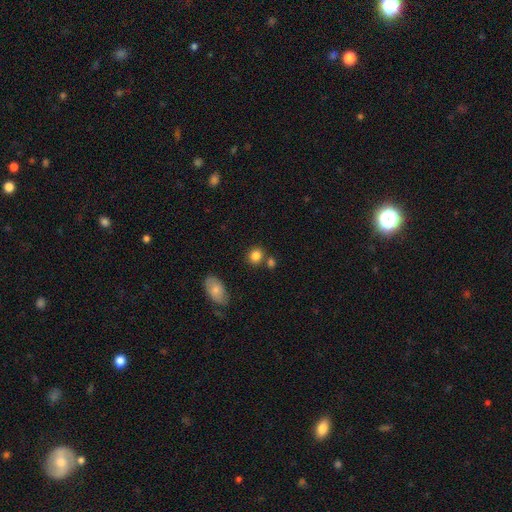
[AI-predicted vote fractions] smooth 84%, star or artifact 10%, featured or disk 6%. Down the decision tree: how rounded — round (73%); merging — none (71%).